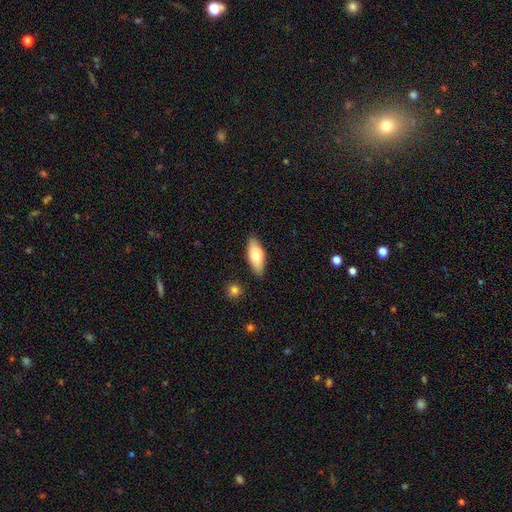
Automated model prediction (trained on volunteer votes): smooth_or_featured: smooth (p=0.69) [alt: featured or disk p=0.25]
how_rounded: in between (p=0.80) [alt: cigar-shaped p=0.18]
merging: none (p=0.86) [alt: minor disturbance p=0.10]